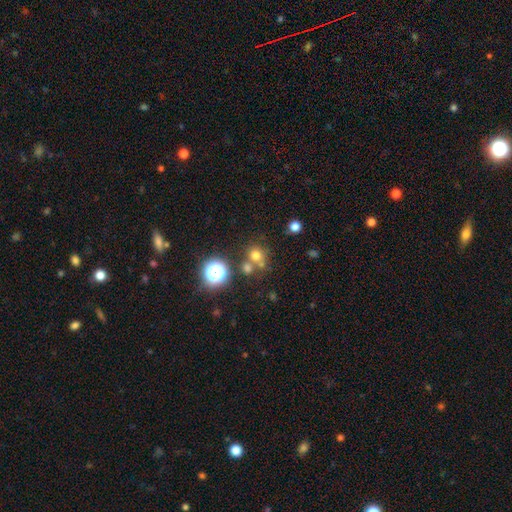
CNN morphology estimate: Smooth or featured? Predicted: smooth (p=0.68). How rounded? Predicted: round (p=0.84). Merging? Predicted: none (p=0.60).